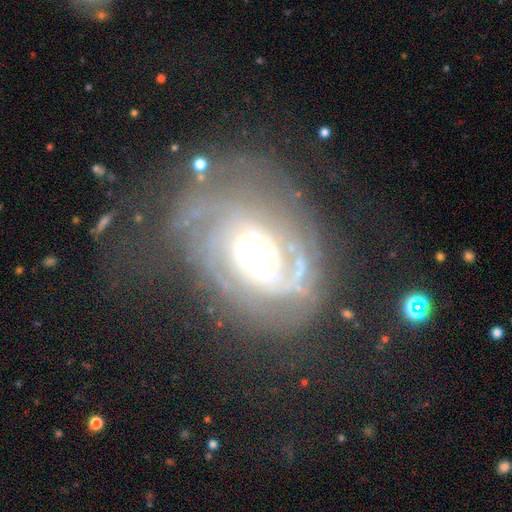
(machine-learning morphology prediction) Smooth or featured? Predicted: featured or disk (p=0.86). Edge-on disk? Predicted: no (p=0.97). Bar? Predicted: no (p=0.67). Spiral arms? Predicted: yes (p=0.91). Spiral winding? Predicted: tight (p=0.62). Spiral arm count? Predicted: 2 (p=0.32). Bulge size? Predicted: moderate (p=0.59). Merging? Predicted: none (p=0.62).